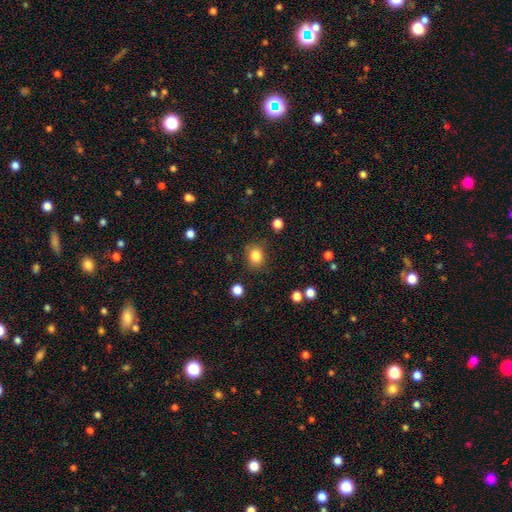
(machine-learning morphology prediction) The model was most divided on "how rounded": round: 67%, in between: 32%, cigar-shaped: 1%. More confident: smooth or featured — smooth (84%); merging — none (84%).